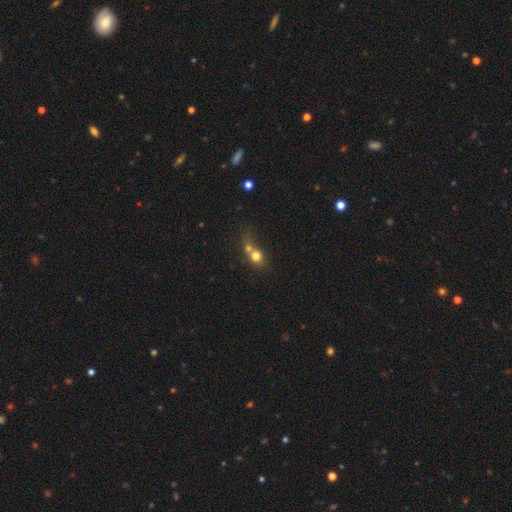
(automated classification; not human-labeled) Smooth or featured?
  - smooth: 71% *
  - featured or disk: 16%
  - star or artifact: 13%
How rounded?
  - round: 69% *
  - in between: 29%
  - cigar-shaped: 3%
Merging?
  - merger: 56% *
  - none: 27%
  - minor disturbance: 9%
  - major disturbance: 8%